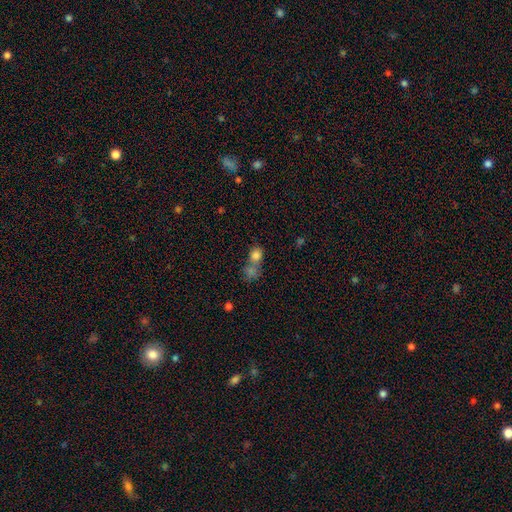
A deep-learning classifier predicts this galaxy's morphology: Smooth or featured?
  - smooth: 78% *
  - star or artifact: 12%
  - featured or disk: 9%
How rounded?
  - round: 63% *
  - in between: 36%
  - cigar-shaped: 2%
Merging?
  - merger: 55% *
  - none: 33%
  - minor disturbance: 8%
  - major disturbance: 5%